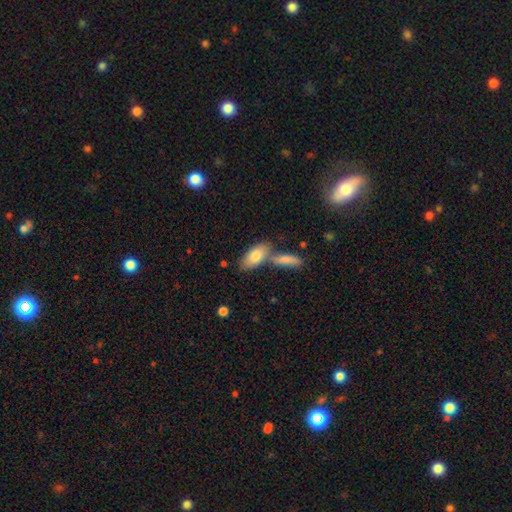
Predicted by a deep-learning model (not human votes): A smooth galaxy with no disk features (78%) that is in between round and cigar-shaped (86%).

Vote fractions:
- Smooth or featured? smooth: 78% / featured or disk: 16% / star or artifact: 6%
- How rounded? in between: 86% / cigar-shaped: 11% / round: 3%
- Merging? none: 50% / merger: 35% / minor disturbance: 11% / major disturbance: 4%